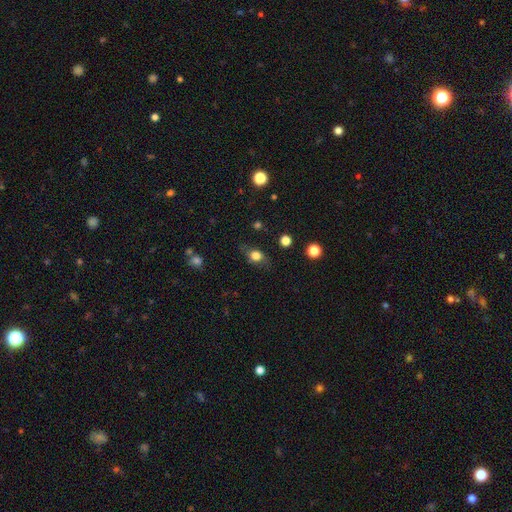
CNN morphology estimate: Overall: smooth (73%). How rounded: in between (56%; round 39%). Merging: none (72%).